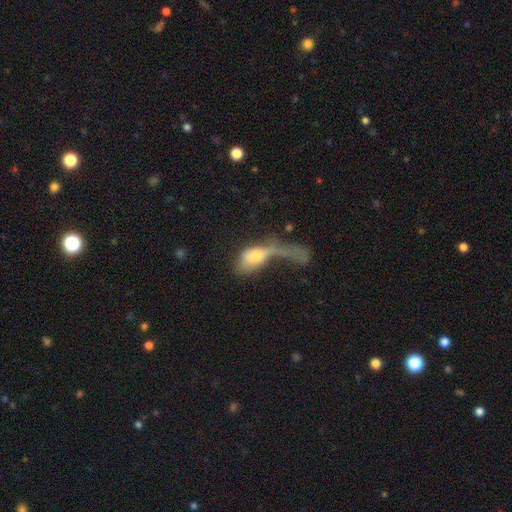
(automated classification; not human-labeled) Morphology: type=smooth (59%); roundness=in between (77%); merging=major disturbance (61%).